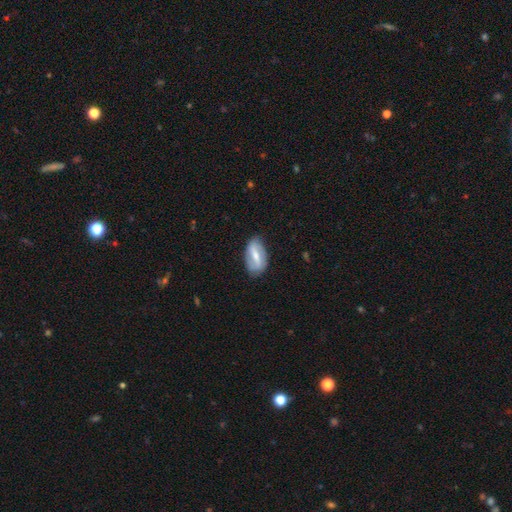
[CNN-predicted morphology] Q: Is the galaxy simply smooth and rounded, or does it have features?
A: featured or disk — 61%.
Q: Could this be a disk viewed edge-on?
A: no — 92%.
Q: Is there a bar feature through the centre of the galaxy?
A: strong — 56%.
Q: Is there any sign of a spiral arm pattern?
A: yes — 70%.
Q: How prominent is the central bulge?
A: moderate — 50%.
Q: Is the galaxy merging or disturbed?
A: none — 77%.